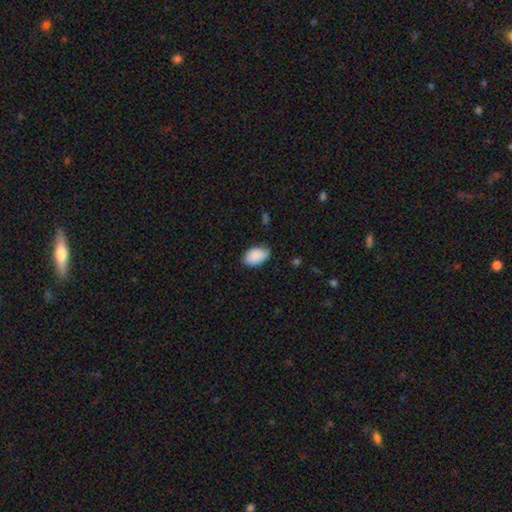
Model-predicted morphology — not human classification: Smooth or featured: smooth — 89% (star or artifact — 6%)
How rounded: in between — 93% (round — 6%)
Merging: none — 72% (minor disturbance — 23%)